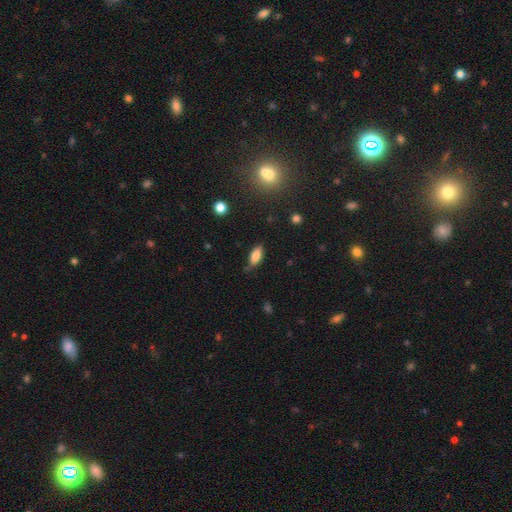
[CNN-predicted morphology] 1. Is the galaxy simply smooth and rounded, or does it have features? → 80% smooth, 12% featured or disk, 8% star or artifact.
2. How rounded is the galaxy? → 84% in between, 14% cigar-shaped, 3% round.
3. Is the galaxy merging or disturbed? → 71% none, 23% minor disturbance, 4% major disturbance, 2% merger.